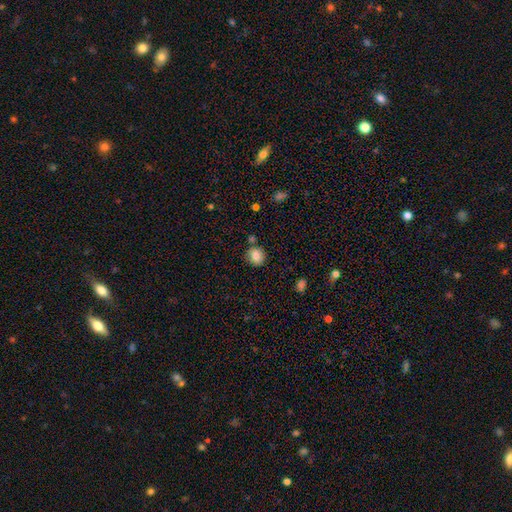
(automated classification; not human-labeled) smooth_or_featured: smooth (p=0.83) [alt: star or artifact p=0.10]
how_rounded: round (p=0.81) [alt: in between p=0.19]
merging: none (p=0.81) [alt: minor disturbance p=0.10]